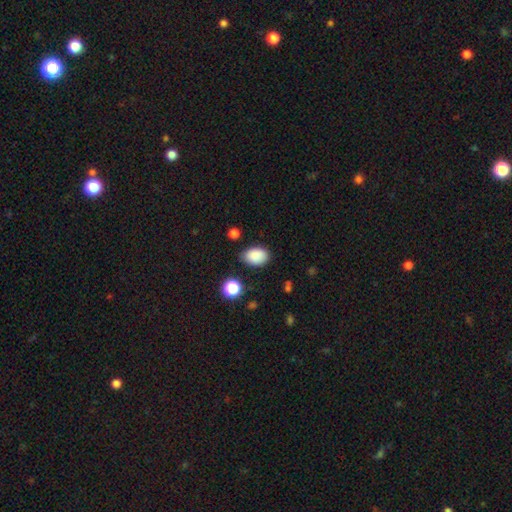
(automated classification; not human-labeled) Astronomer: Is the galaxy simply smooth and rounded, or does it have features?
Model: smooth — 87%.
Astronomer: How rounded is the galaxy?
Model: in between — 85%.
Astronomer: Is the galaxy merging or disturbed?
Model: none — 75%.